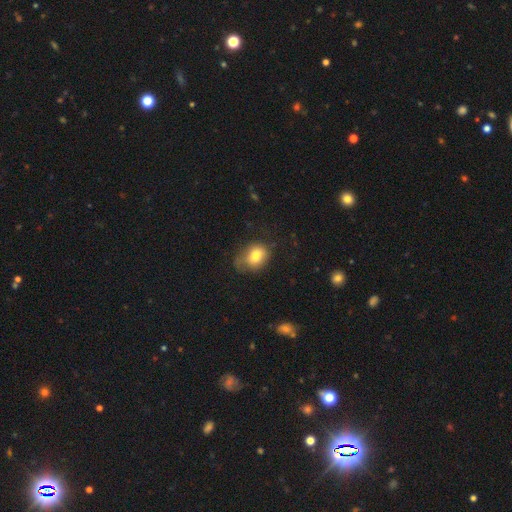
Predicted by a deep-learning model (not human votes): This is likely a smooth galaxy (78%). How rounded: possibly in between (58%). Merging: possibly none (47%).